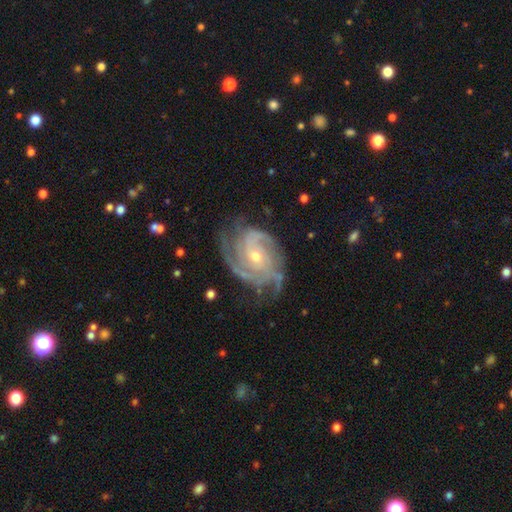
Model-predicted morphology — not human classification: Q: Smooth or featured?
A: featured or disk (92%); runner-up: star or artifact (5%)
Q: Edge-on disk?
A: no (97%); runner-up: yes (3%)
Q: Bar?
A: no (64%); runner-up: weak (28%)
Q: Spiral arms?
A: yes (98%); runner-up: no (2%)
Q: Spiral winding?
A: tight (64%); runner-up: medium (31%)
Q: Spiral arm count?
A: 3 (33%); runner-up: 4 (20%)
Q: Bulge size?
A: small (60%); runner-up: moderate (37%)
Q: Merging?
A: none (69%); runner-up: minor disturbance (21%)